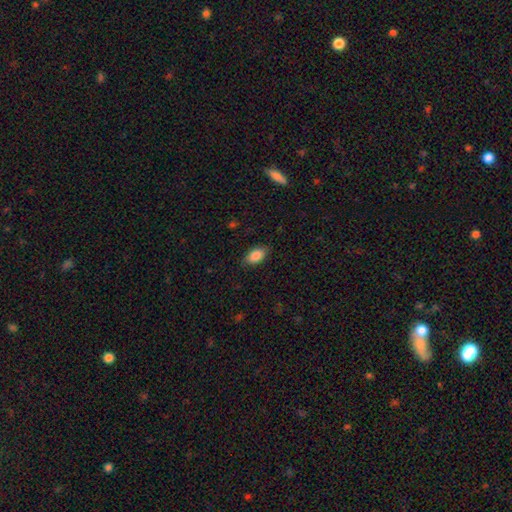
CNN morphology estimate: type=smooth (86%); roundness=in between (92%); merging=none (82%).